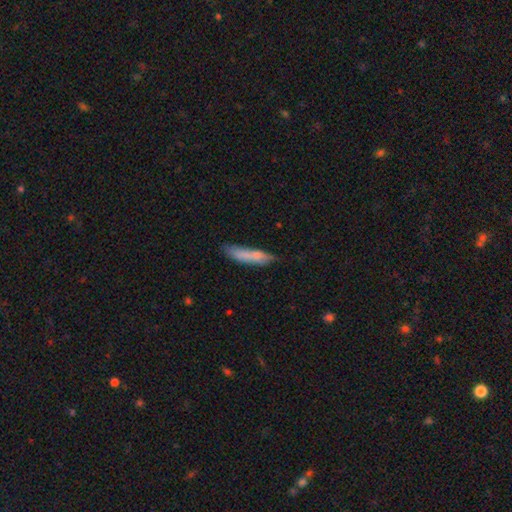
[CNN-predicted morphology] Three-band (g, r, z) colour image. It shows a smooth galaxy with no disk features (64%) that is cigar-shaped (85%). Merging: none (78%).